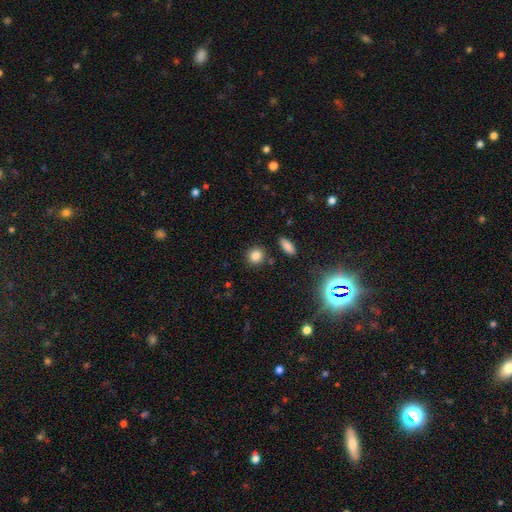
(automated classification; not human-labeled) The model was most divided on "how rounded": round: 83%, in between: 16%, cigar-shaped: 1%. More confident: merging — none (84%); smooth or featured — smooth (82%).